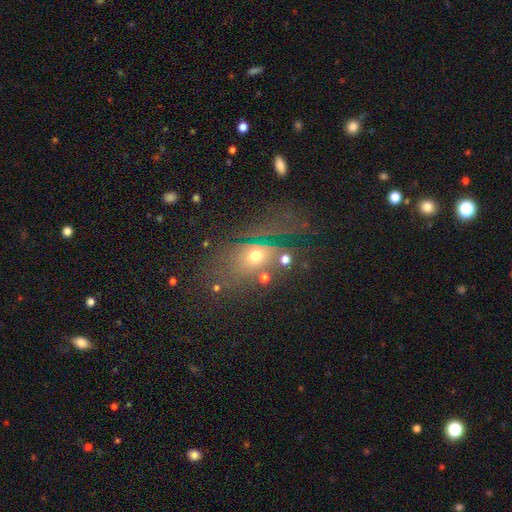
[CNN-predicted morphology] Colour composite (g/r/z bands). It shows a smooth galaxy with no disk features (54%) that is in between round and cigar-shaped (60%). Merging: none (49%).